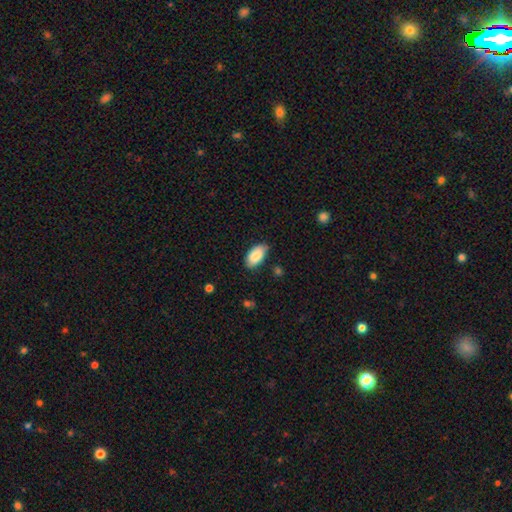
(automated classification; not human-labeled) Smooth or featured: smooth — 87% (featured or disk — 7%)
How rounded: in between — 95% (cigar-shaped — 3%)
Merging: none — 77% (minor disturbance — 19%)